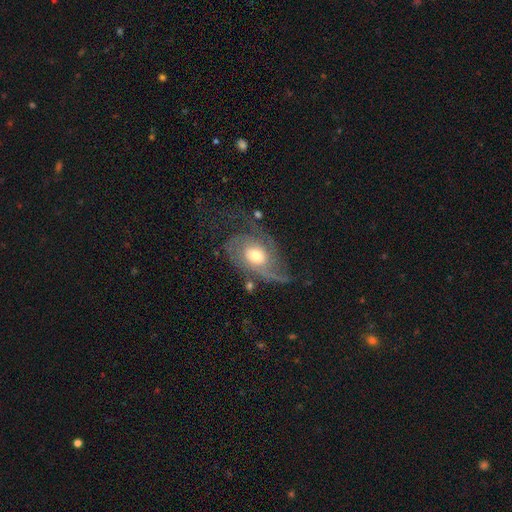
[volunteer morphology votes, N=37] This appears to be a featured or disk galaxy (76%) with no bar (81%), 2 (44%) medium (52%) spiral arms (93%) and a moderate central bulge (78%). Merging: major disturbance (53%).